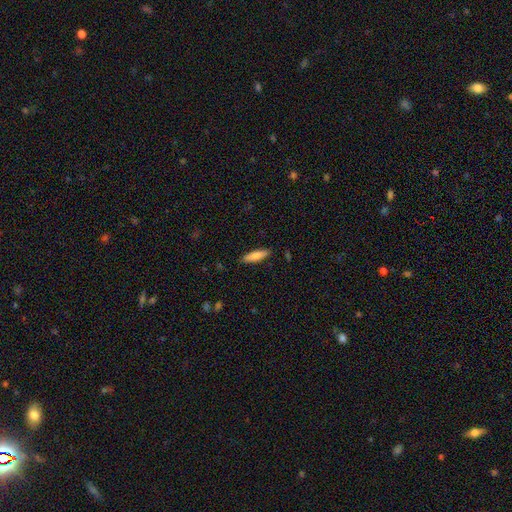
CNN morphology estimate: A smooth galaxy with no disk features (80%) that is cigar-shaped (66%).

Vote fractions:
- Smooth or featured? smooth: 80% / featured or disk: 14% / star or artifact: 6%
- How rounded? cigar-shaped: 66% / in between: 33% / round: 1%
- Merging? none: 88% / minor disturbance: 9% / major disturbance: 2% / merger: 1%